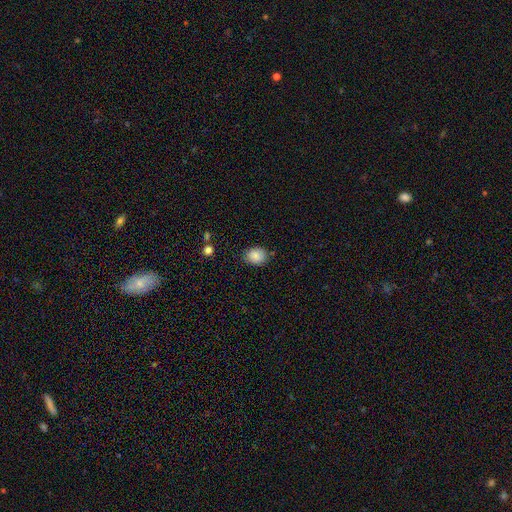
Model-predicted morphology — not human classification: Smooth or featured? Predicted: smooth (p=0.86). How rounded? Predicted: in between (p=0.50). Merging? Predicted: none (p=0.81).